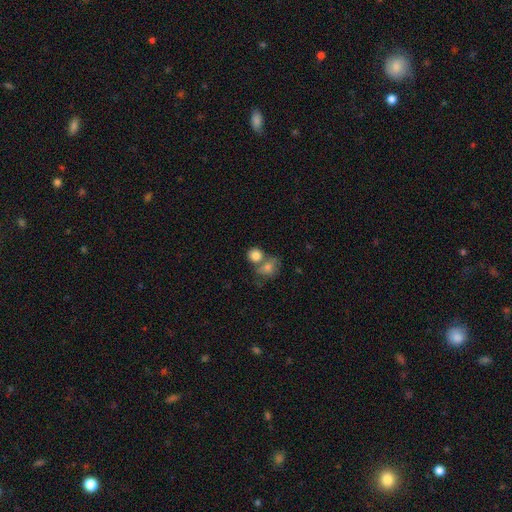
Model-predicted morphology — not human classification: Smooth or featured?
  - smooth: 82% *
  - star or artifact: 9%
  - featured or disk: 9%
How rounded?
  - round: 78% *
  - in between: 21%
  - cigar-shaped: 1%
Merging?
  - none: 44% *
  - merger: 41%
  - minor disturbance: 10%
  - major disturbance: 4%